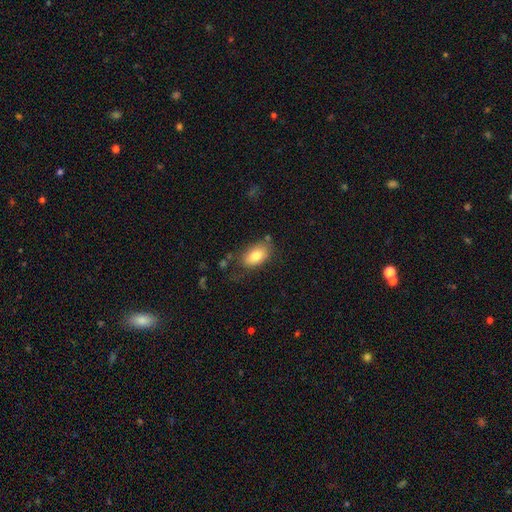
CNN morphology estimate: smooth 81%, featured or disk 12%, star or artifact 7%. Down the decision tree: how rounded — in between (92%); merging — none (68%).